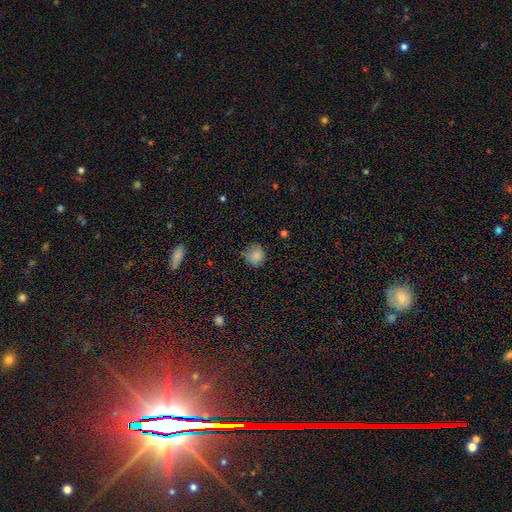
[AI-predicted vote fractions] Q: Smooth or featured?
A: smooth (84%); runner-up: star or artifact (10%)
Q: How rounded?
A: round (88%); runner-up: in between (11%)
Q: Merging?
A: none (75%); runner-up: minor disturbance (20%)